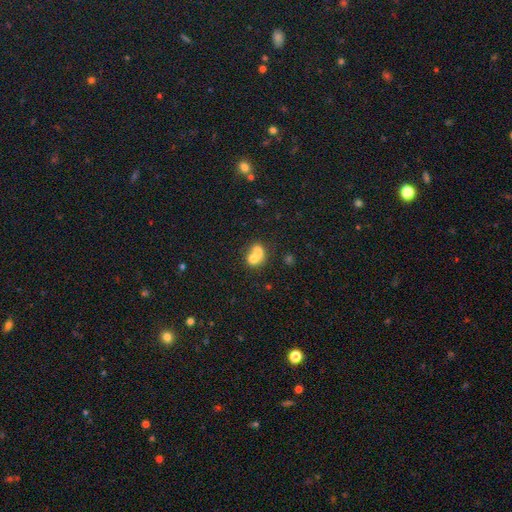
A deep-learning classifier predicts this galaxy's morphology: Q: Smooth or featured?
A: smooth (67%); runner-up: featured or disk (22%)
Q: How rounded?
A: in between (49%); tied with: round (49%)
Q: Merging?
A: merger (69%); runner-up: none (19%)